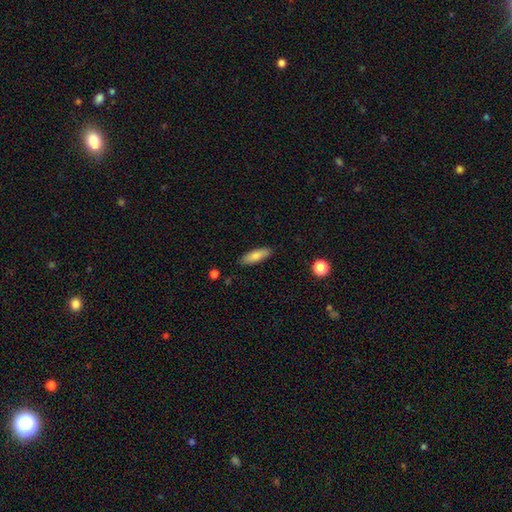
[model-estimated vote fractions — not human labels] A smooth galaxy with no disk features (79%) that is in between round and cigar-shaped (57%).

Vote fractions:
- Smooth or featured? smooth: 79% / featured or disk: 14% / star or artifact: 6%
- How rounded? in between: 57% / cigar-shaped: 41% / round: 2%
- Merging? none: 87% / minor disturbance: 10% / major disturbance: 2% / merger: 1%